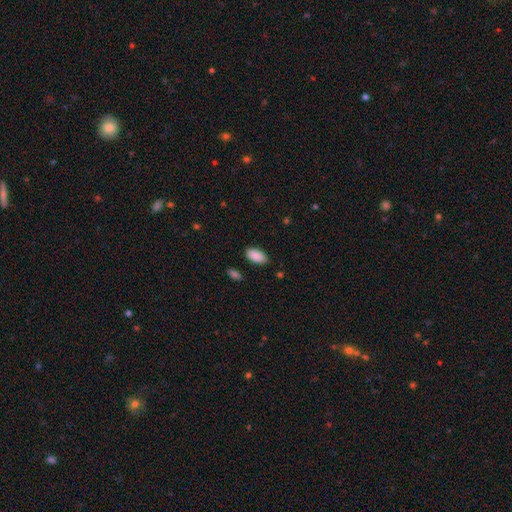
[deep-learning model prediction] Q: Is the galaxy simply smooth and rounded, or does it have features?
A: smooth — 90%.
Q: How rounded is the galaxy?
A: in between — 94%.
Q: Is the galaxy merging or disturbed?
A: none — 86%.